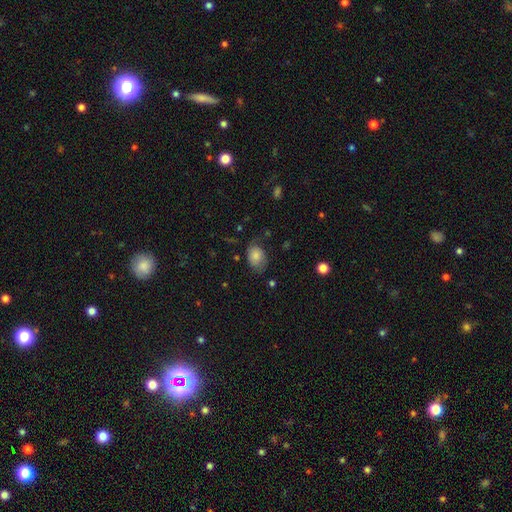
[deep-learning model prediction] Smooth or featured? Predicted: smooth (p=0.77). How rounded? Predicted: in between (p=0.72). Merging? Predicted: none (p=0.61).